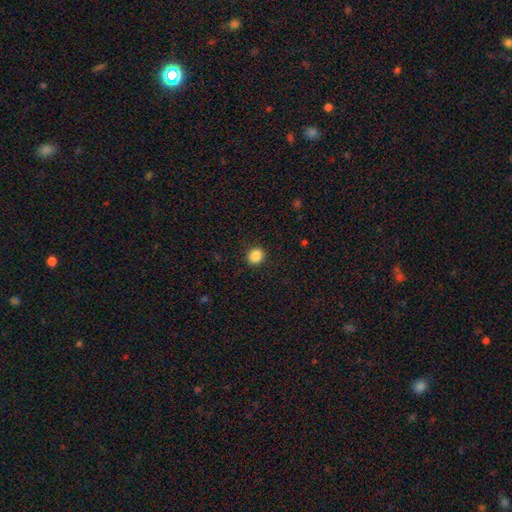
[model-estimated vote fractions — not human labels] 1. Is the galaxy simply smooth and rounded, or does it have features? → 86% smooth, 10% star or artifact, 4% featured or disk.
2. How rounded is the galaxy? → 76% round, 24% in between, 1% cigar-shaped.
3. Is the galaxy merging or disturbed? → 91% none, 6% minor disturbance, 2% major disturbance, 1% merger.